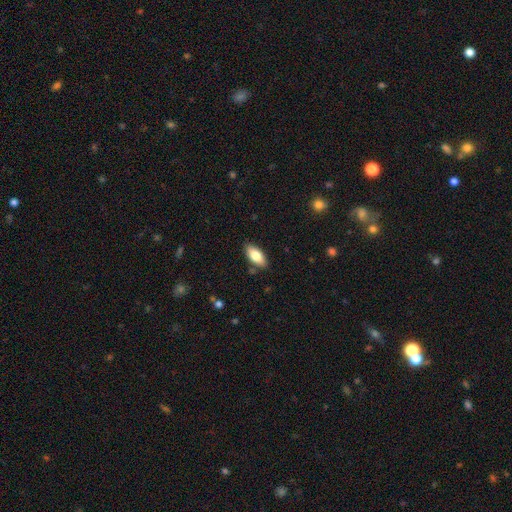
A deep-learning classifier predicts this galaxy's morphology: smooth 81%, featured or disk 13%, star or artifact 7%. Down the decision tree: how rounded — in between (90%); merging — none (86%).